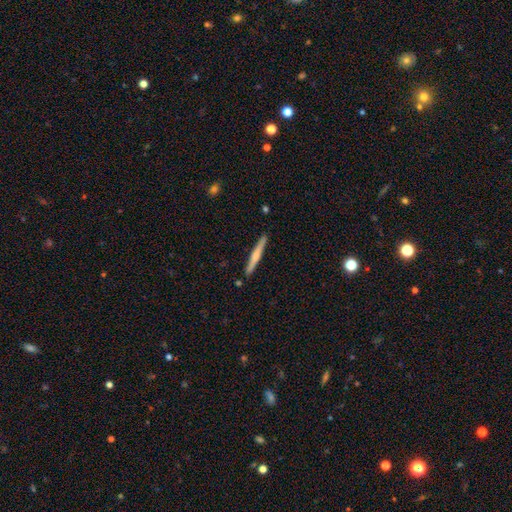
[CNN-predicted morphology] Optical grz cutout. It shows a featured or disk galaxy (49%). Merging: none (90%).